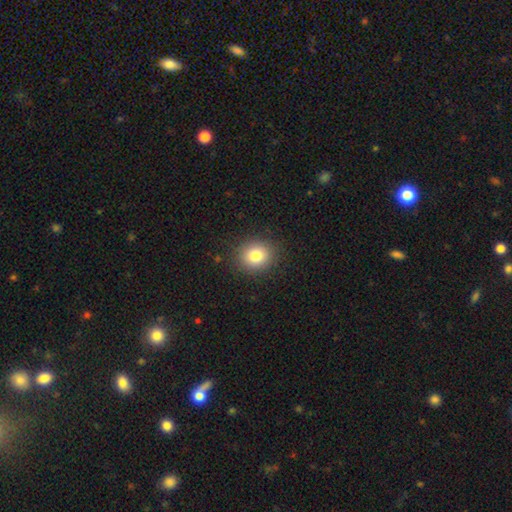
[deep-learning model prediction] smooth 81%, star or artifact 11%, featured or disk 8%. Down the decision tree: how rounded — round (77%); merging — none (88%).